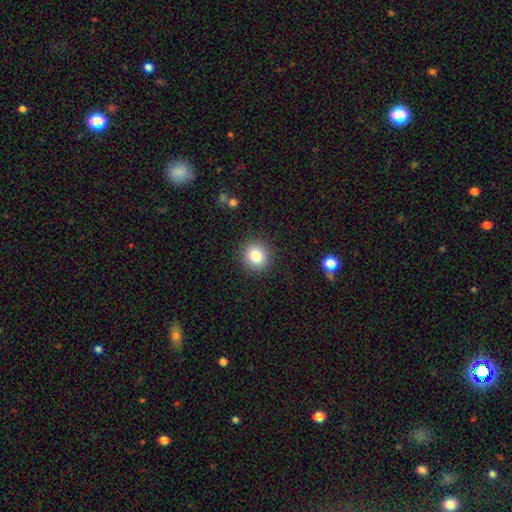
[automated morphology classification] Smooth or featured? smooth (83%)
How rounded? round (86%)
Merging? none (90%)